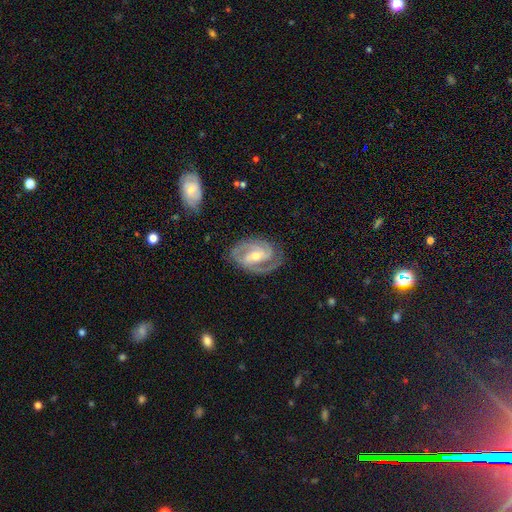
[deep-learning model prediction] Morphology: type=featured or disk (90%); edge-on=no (97%); bar=weak (42%); spiral arms=yes (98%); winding=tight (48%); arm count=2 (64%); bulge=moderate (59%); merging=none (77%).